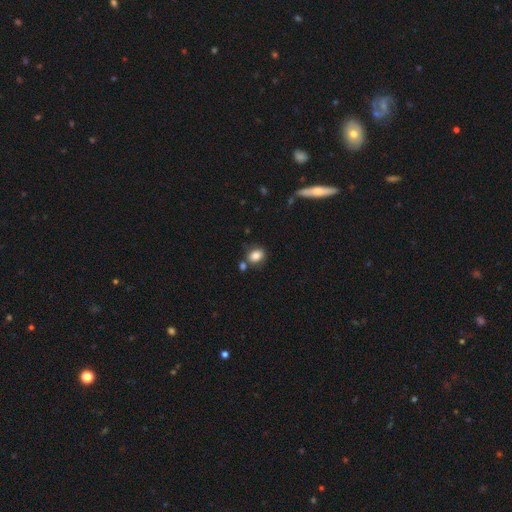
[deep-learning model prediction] This appears to be a smooth galaxy with no disk features (83%) that is in between round and cigar-shaped (58%). Merging: none (69%).